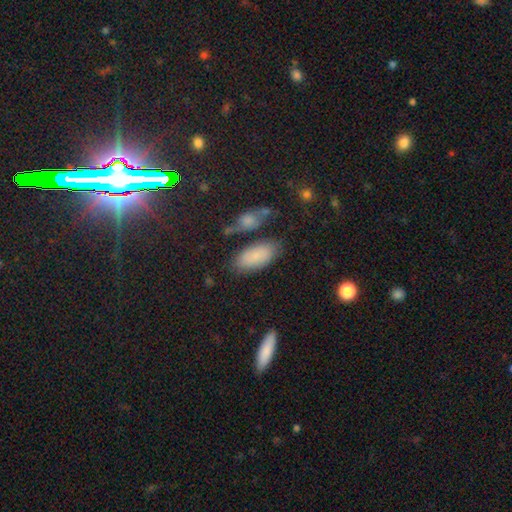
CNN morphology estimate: This appears to be a smooth galaxy with no disk features (79%) that is in between round and cigar-shaped (91%). Merging: none (70%).